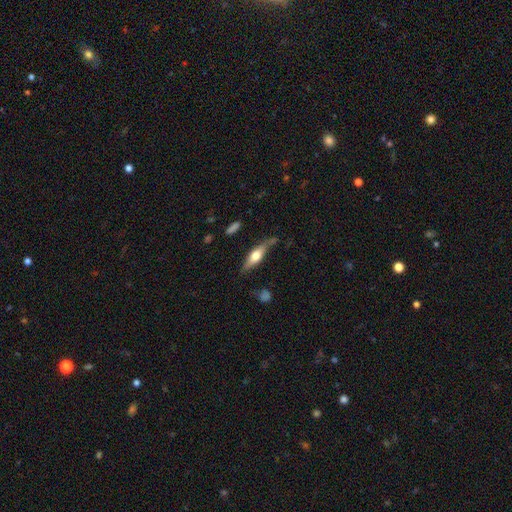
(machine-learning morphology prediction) Smooth or featured?
  - smooth: 48% *
  - featured or disk: 46%
  - star or artifact: 6%
Merging?
  - none: 66% *
  - minor disturbance: 23%
  - major disturbance: 7%
  - merger: 4%